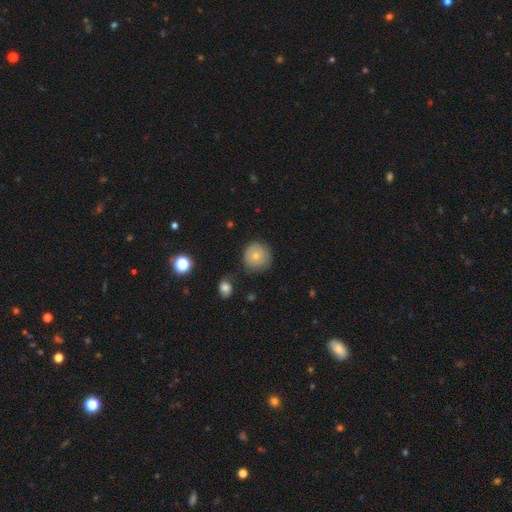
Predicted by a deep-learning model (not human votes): A smooth galaxy with no disk features (76%) that is round (92%).

Vote fractions:
- Smooth or featured? smooth: 76% / featured or disk: 15% / star or artifact: 9%
- How rounded? round: 92% / in between: 7% / cigar-shaped: 1%
- Merging? none: 73% / minor disturbance: 19% / major disturbance: 5% / merger: 3%